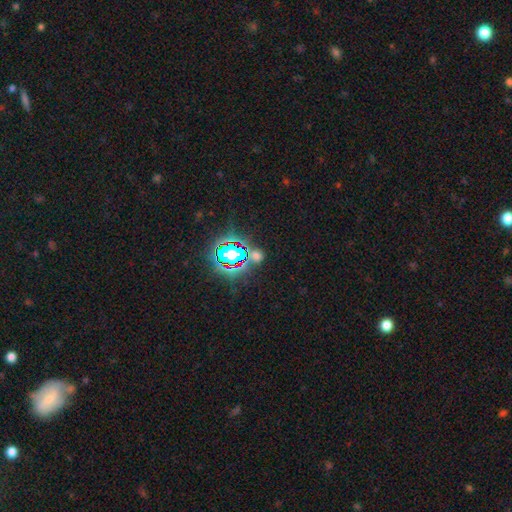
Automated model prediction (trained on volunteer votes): This appears to be a star or artifact, not a galaxy (57%).